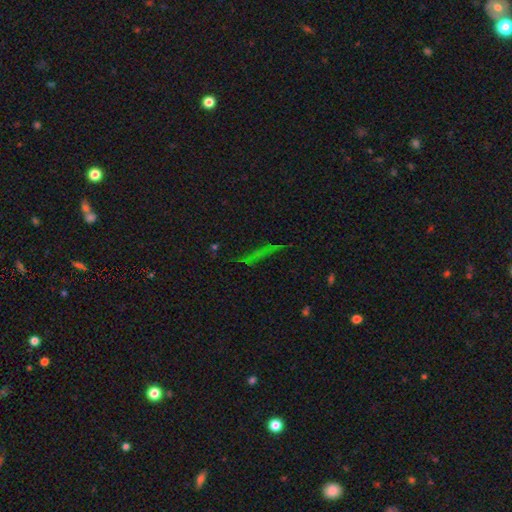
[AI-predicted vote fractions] Q: Smooth or featured?
A: star or artifact (50%); runner-up: smooth (25%)